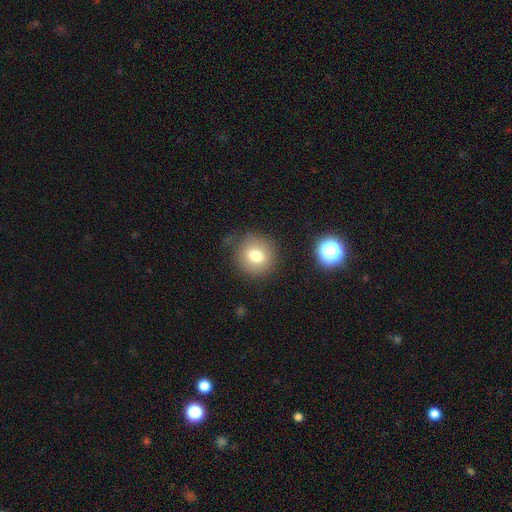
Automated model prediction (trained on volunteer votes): Smooth or featured? smooth (76%)
How rounded? round (86%)
Merging? none (78%)